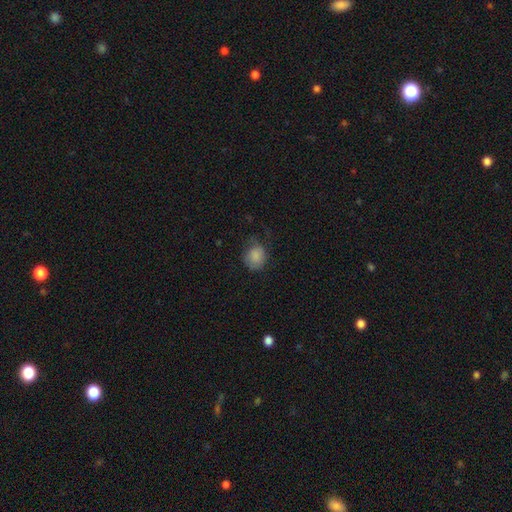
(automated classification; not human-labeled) Q: Smooth or featured?
A: smooth (85%); runner-up: star or artifact (8%)
Q: How rounded?
A: round (67%); runner-up: in between (33%)
Q: Merging?
A: none (55%); runner-up: minor disturbance (29%)